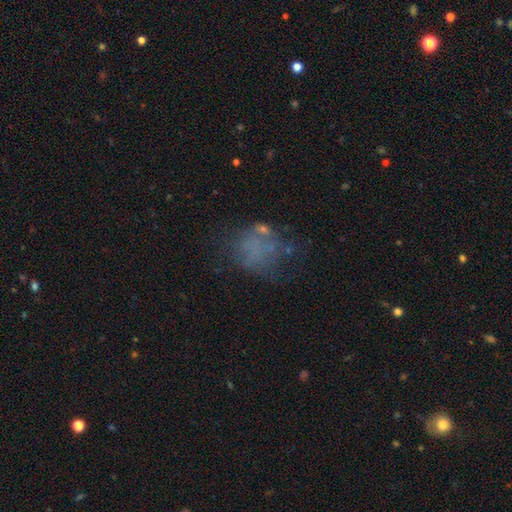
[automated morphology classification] A smooth galaxy with no disk features (42%). Merging: none (46%).